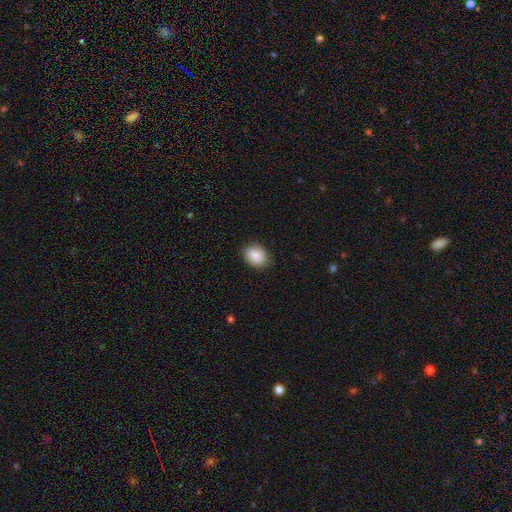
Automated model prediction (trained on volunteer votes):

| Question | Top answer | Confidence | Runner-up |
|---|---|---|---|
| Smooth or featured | smooth | 88% | star or artifact (7%) |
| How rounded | in between | 59% | round (40%) |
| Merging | none | 85% | minor disturbance (12%) |